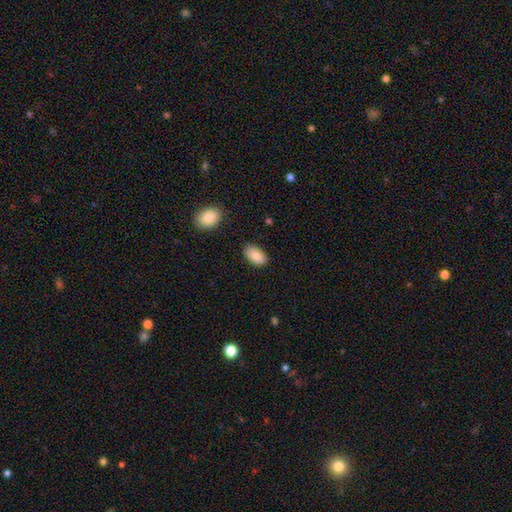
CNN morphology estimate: This appears to be a smooth galaxy with no disk features (88%) that is in between round and cigar-shaped (94%). Merging: none (85%).